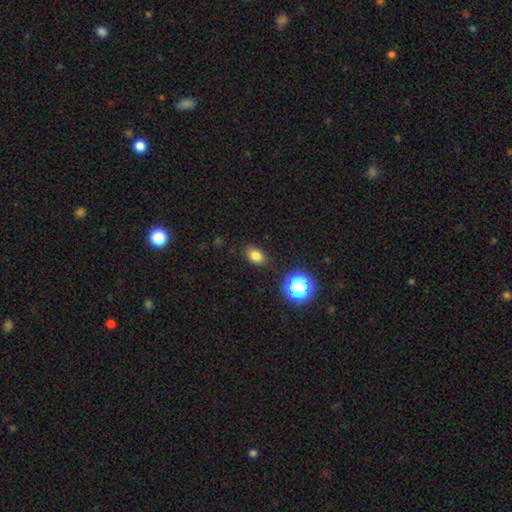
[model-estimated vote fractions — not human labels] Smooth or featured? Predicted: smooth (p=0.80). How rounded? Predicted: in between (p=0.73). Merging? Predicted: none (p=0.86).